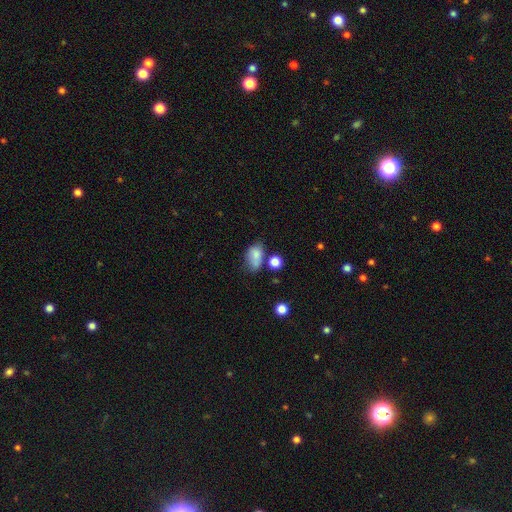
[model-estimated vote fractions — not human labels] A smooth galaxy with no disk features (77%) that is in between round and cigar-shaped (83%). Merging: none (43%).